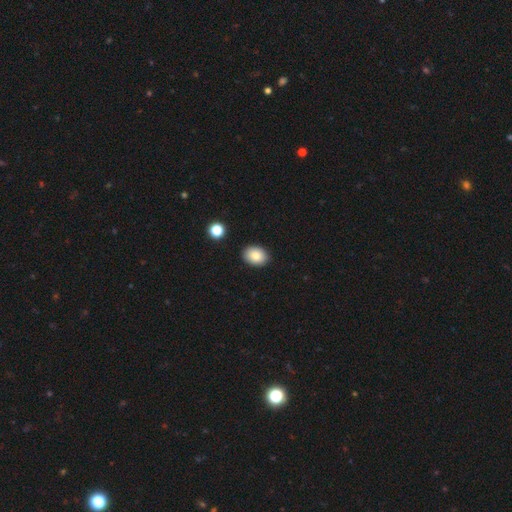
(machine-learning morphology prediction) A smooth galaxy with no disk features (85%) that is in between round and cigar-shaped (71%). Merging: none (89%).